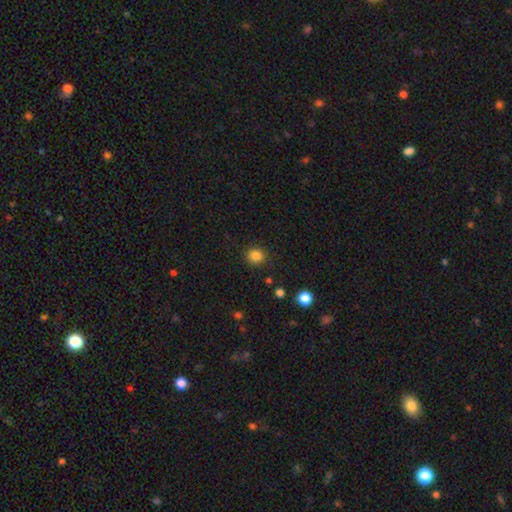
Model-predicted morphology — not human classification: type=smooth (84%); roundness=round (85%); merging=none (89%).